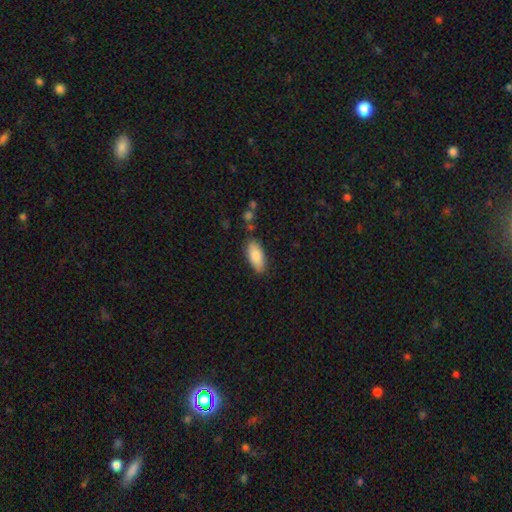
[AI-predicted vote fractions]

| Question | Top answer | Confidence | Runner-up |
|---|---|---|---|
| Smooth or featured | smooth | 83% | featured or disk (10%) |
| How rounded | in between | 87% | cigar-shaped (11%) |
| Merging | none | 82% | minor disturbance (13%) |